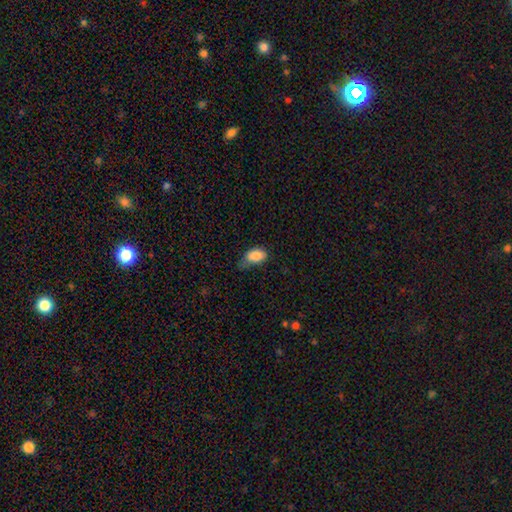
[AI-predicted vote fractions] This appears to be a smooth galaxy with no disk features (86%) that is in between round and cigar-shaped (91%). Merging: minor disturbance (42%).